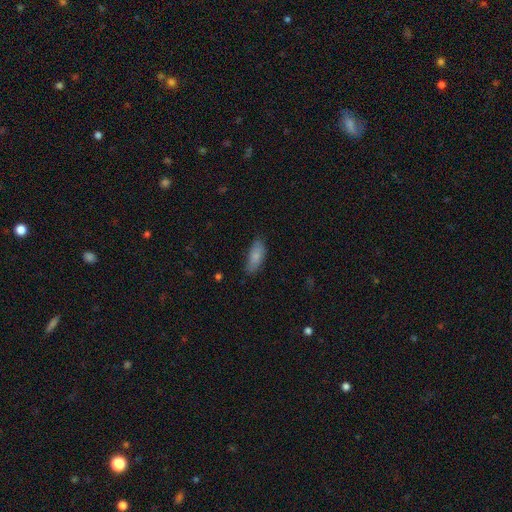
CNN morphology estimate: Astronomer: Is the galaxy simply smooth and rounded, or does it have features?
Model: smooth — 83%.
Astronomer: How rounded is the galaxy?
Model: in between — 77%.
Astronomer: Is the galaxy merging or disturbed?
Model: none — 76%.